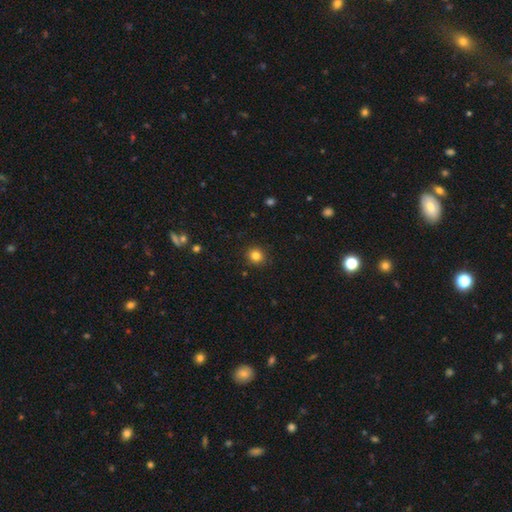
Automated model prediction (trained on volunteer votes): Smooth or featured?
  - smooth: 82% *
  - star or artifact: 12%
  - featured or disk: 5%
How rounded?
  - round: 88% *
  - in between: 11%
  - cigar-shaped: 1%
Merging?
  - none: 91% *
  - minor disturbance: 6%
  - major disturbance: 2%
  - merger: 1%